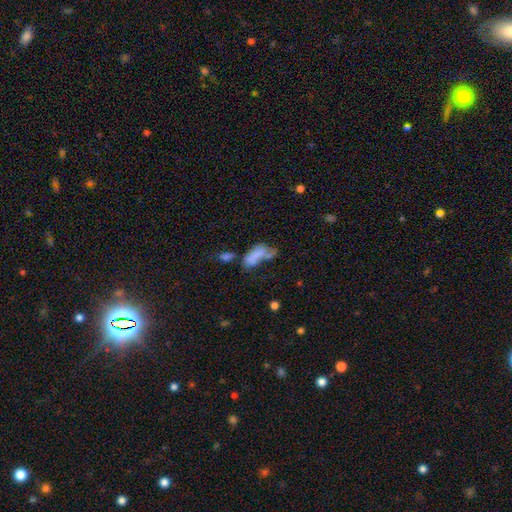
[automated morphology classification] smooth 65%, featured or disk 23%, star or artifact 11%. Down the decision tree: how rounded — in between (83%); merging — merger (34%).